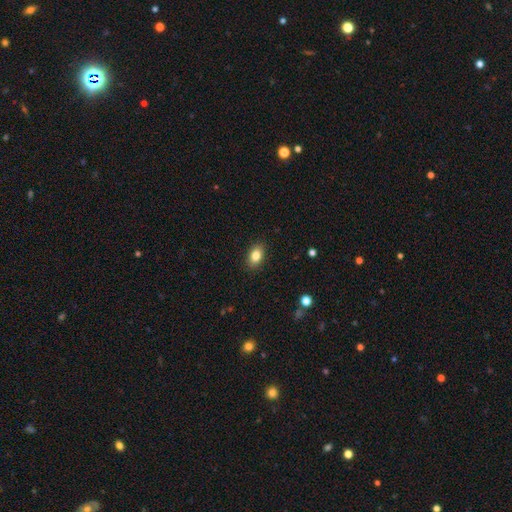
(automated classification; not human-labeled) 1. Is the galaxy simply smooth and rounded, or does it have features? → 83% smooth, 9% featured or disk, 8% star or artifact.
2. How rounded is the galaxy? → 87% in between, 11% round, 2% cigar-shaped.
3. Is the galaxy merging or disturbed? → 89% none, 8% minor disturbance, 2% major disturbance, 1% merger.